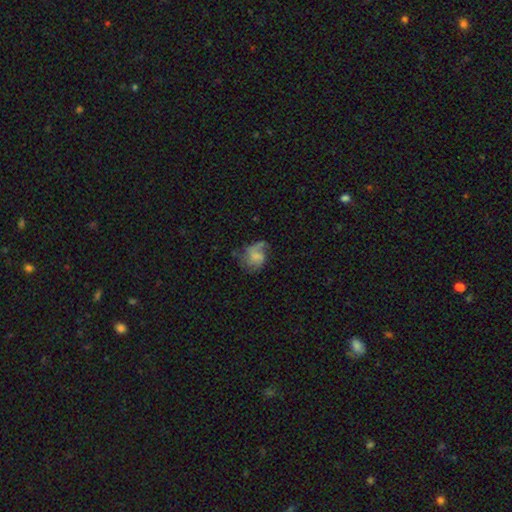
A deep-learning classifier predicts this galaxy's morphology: type=featured or disk (56%); edge-on=no (98%); bar=no (61%); spiral arms=yes (80%); bulge=none (50%); merging=none (41%).